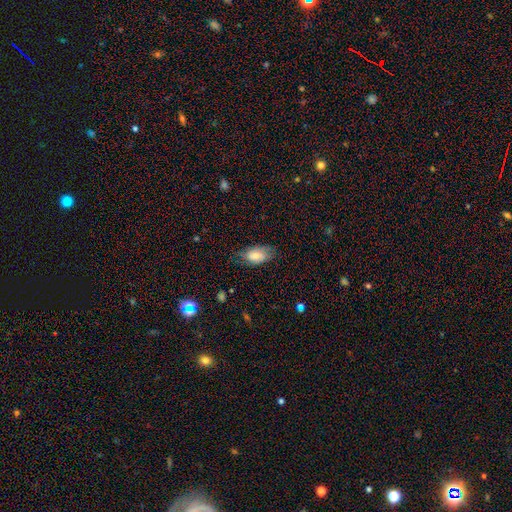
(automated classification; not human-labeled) A smooth galaxy with no disk features (73%) that is in between round and cigar-shaped (92%). Merging: none (61%).